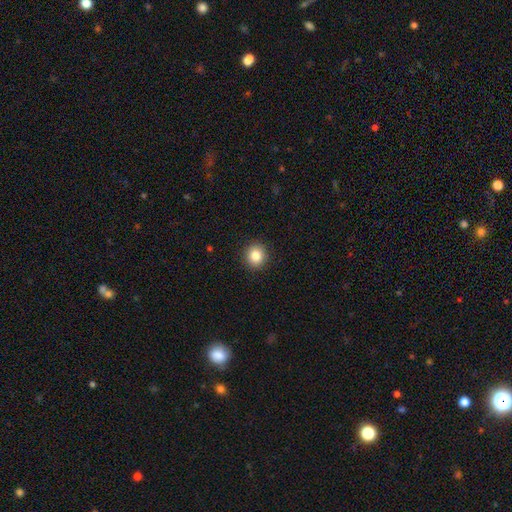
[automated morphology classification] Smooth or featured?
  - smooth: 84% *
  - star or artifact: 10%
  - featured or disk: 6%
How rounded?
  - round: 85% *
  - in between: 14%
  - cigar-shaped: 1%
Merging?
  - none: 92% *
  - minor disturbance: 5%
  - major disturbance: 2%
  - merger: 1%